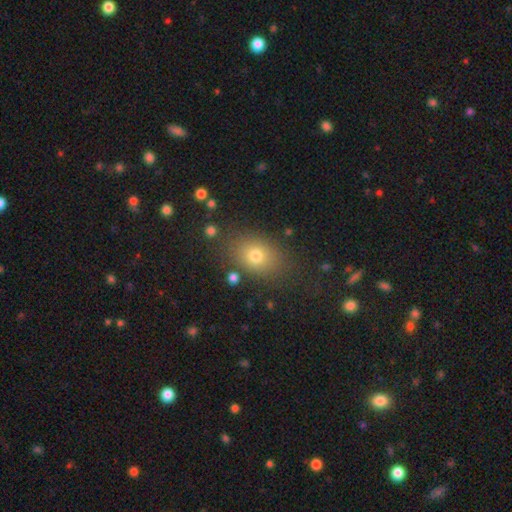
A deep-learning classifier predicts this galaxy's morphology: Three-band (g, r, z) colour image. It shows a smooth galaxy with no disk features (74%) that is in between round and cigar-shaped (67%). Merging: none (80%).